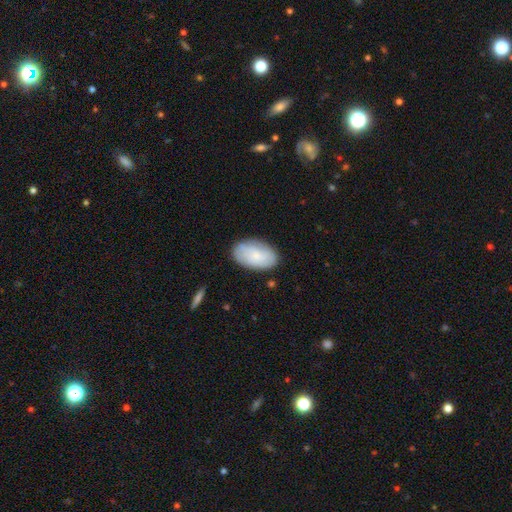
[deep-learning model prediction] A smooth galaxy with no disk features (70%) that is in between round and cigar-shaped (94%). Merging: none (82%).